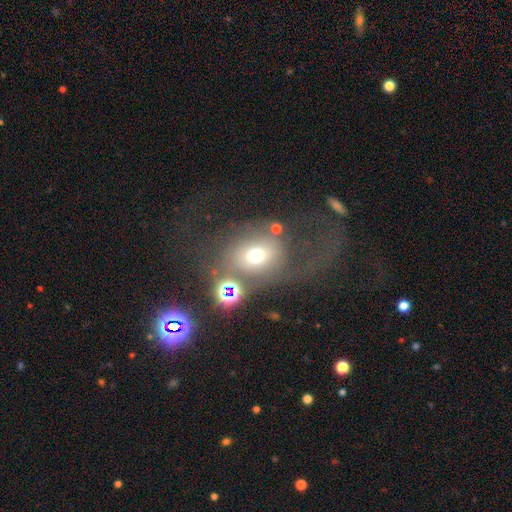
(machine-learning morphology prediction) Overall: smooth (58%; featured or disk 25%). How rounded: round (56%; in between 42%). Merging: major disturbance (41%; none 32%).